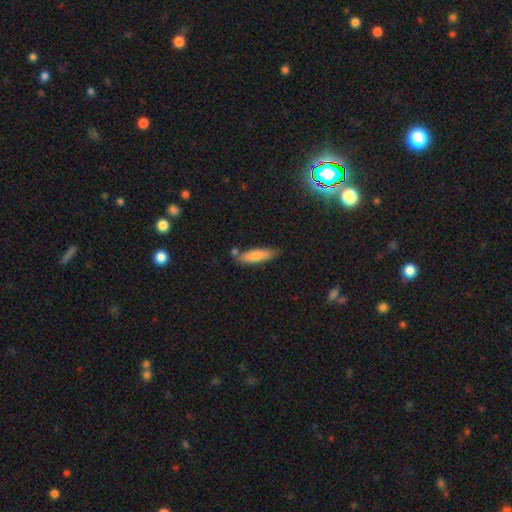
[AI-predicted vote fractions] Smooth or featured?
  - smooth: 79% *
  - featured or disk: 15%
  - star or artifact: 7%
How rounded?
  - cigar-shaped: 58% *
  - in between: 40%
  - round: 2%
Merging?
  - none: 73% *
  - minor disturbance: 16%
  - merger: 8%
  - major disturbance: 3%